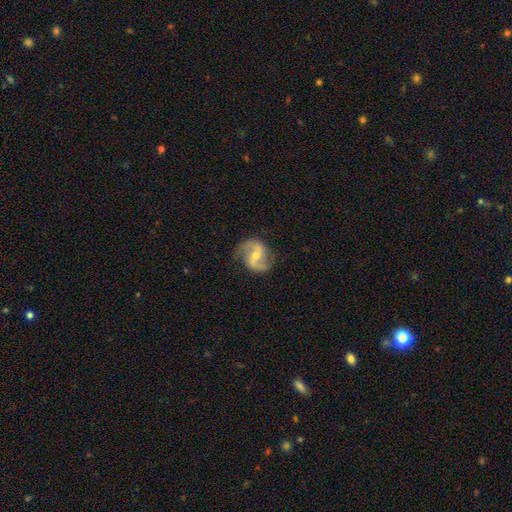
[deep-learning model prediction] The model was most divided on "spiral winding": loose: 46%, medium: 43%, tight: 10%. Remaining: edge-on disk — no (98%); spiral arms — yes (96%); spiral arm count — 2 (93%); smooth or featured — featured or disk (86%); merging — none (81%); bulge size — small (54%); bar — weak (46%).